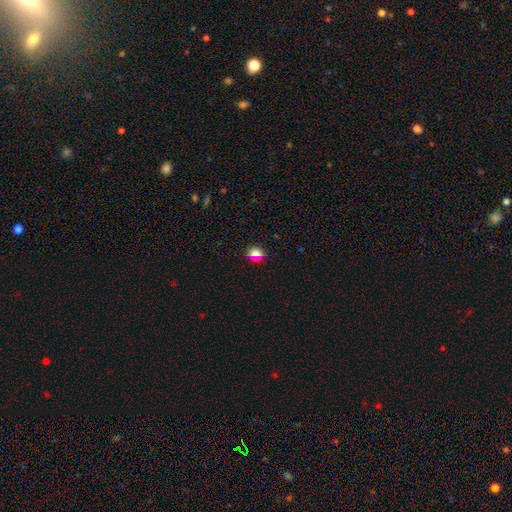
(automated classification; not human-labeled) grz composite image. It shows a smooth galaxy with no disk features (74%) that is round (69%). Merging: none (89%).